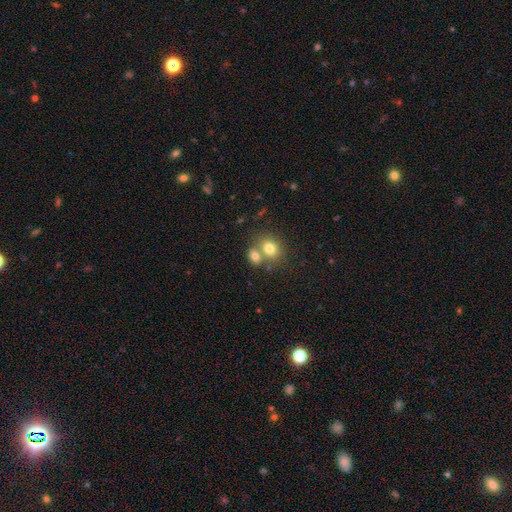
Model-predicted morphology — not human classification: A smooth galaxy with no disk features (75%) that is round (61%). Merging: merger (46%).